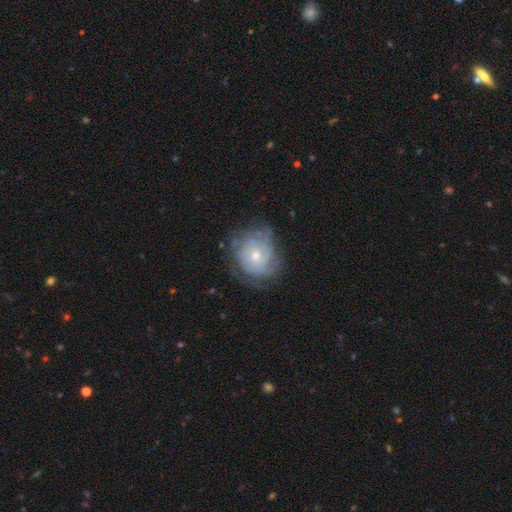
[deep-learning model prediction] smooth_or_featured: featured or disk (p=0.73) [alt: smooth p=0.18]
disk_edge_on: no (p=0.97) [alt: yes p=0.03]
bar: no (p=0.81) [alt: weak p=0.17]
has_spiral_arms: yes (p=0.89) [alt: no p=0.11]
spiral_winding: tight (p=0.66) [alt: medium p=0.25]
spiral_arm_count: can't tell (p=0.47) [alt: 3 p=0.15]
bulge_size: small (p=0.57) [alt: moderate p=0.39]
merging: none (p=0.70) [alt: minor disturbance p=0.19]